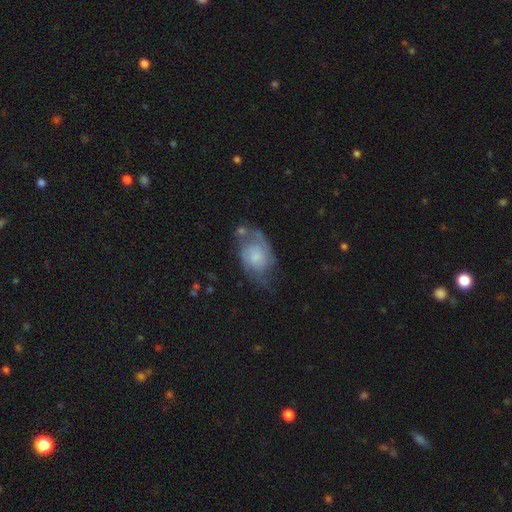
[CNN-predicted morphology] Overall: featured or disk (57%; smooth 36%). Edge-on disk: no (96%). Bar: no (75%). Spiral arms: yes (78%). Bulge size: small (42%; moderate 28%). Merging: none (45%; minor disturbance 29%).